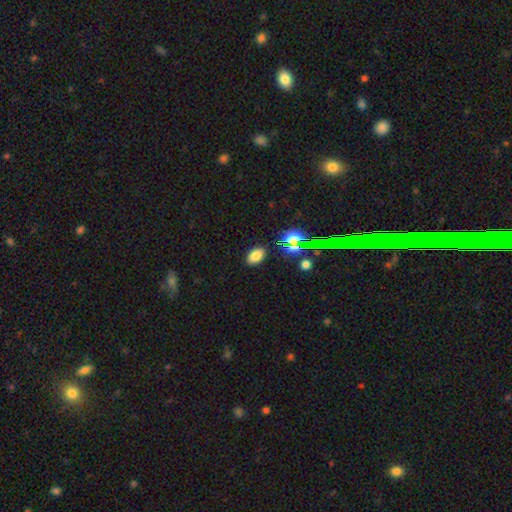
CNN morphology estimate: smooth-or-featured: smooth: 73% | star or artifact: 19% | featured or disk: 8%
  how-rounded: in between: 86% | round: 13% | cigar-shaped: 2%
  merging: none: 86% | minor disturbance: 9% | major disturbance: 3% | merger: 2%